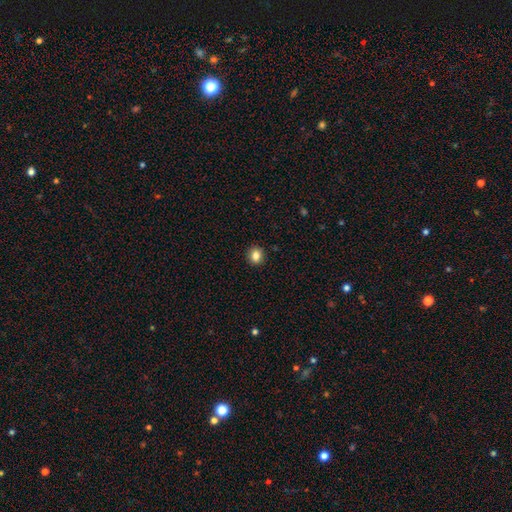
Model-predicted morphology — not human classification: smooth-or-featured: smooth: 84% | star or artifact: 10% | featured or disk: 6%
  how-rounded: round: 72% | in between: 27% | cigar-shaped: 1%
  merging: none: 91% | minor disturbance: 6% | major disturbance: 2% | merger: 1%